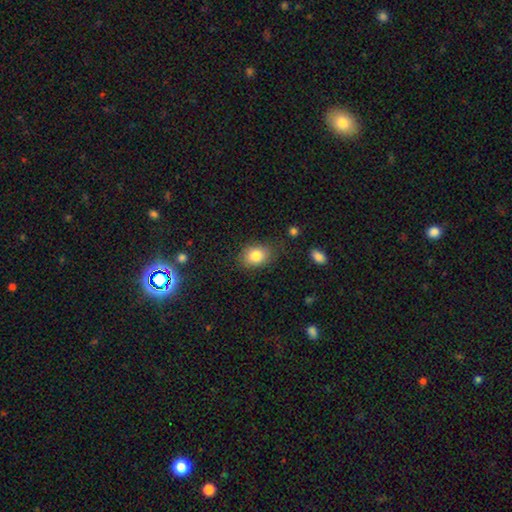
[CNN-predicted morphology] Q: Smooth or featured?
A: smooth (84%); runner-up: star or artifact (9%)
Q: How rounded?
A: in between (66%); runner-up: round (33%)
Q: Merging?
A: none (78%); runner-up: minor disturbance (16%)